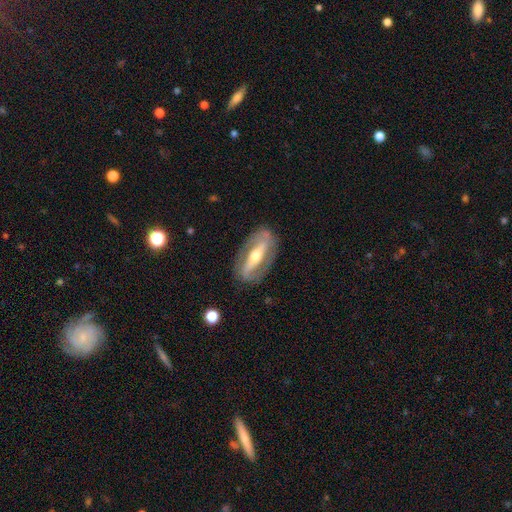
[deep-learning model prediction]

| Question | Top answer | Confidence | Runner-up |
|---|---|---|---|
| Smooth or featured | featured or disk | 80% | smooth (15%) |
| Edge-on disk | no | 81% | yes (19%) |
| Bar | strong | 68% | weak (18%) |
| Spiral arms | yes | 70% | no (30%) |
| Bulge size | moderate | 66% | small (25%) |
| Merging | none | 82% | minor disturbance (12%) |